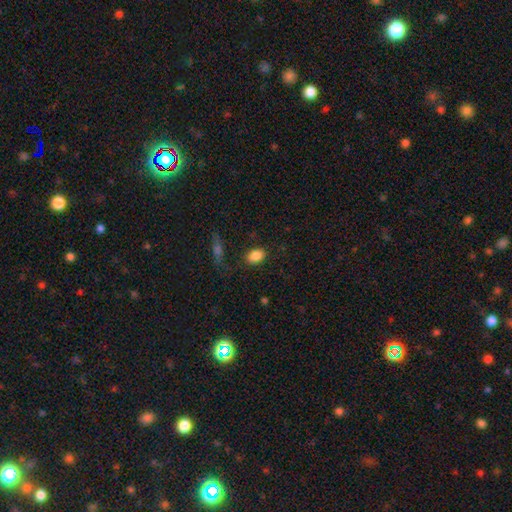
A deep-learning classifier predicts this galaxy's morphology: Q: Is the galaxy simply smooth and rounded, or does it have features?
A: smooth — 87%.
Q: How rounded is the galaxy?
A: in between — 81%.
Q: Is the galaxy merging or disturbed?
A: none — 82%.